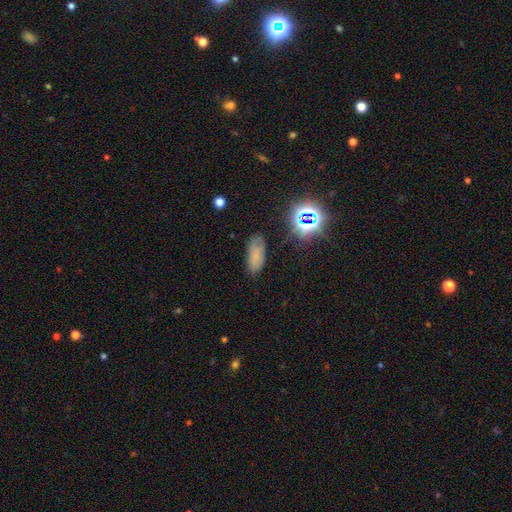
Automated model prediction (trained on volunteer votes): Smooth or featured? Predicted: smooth (p=0.65). How rounded? Predicted: in between (p=0.83). Merging? Predicted: none (p=0.68).